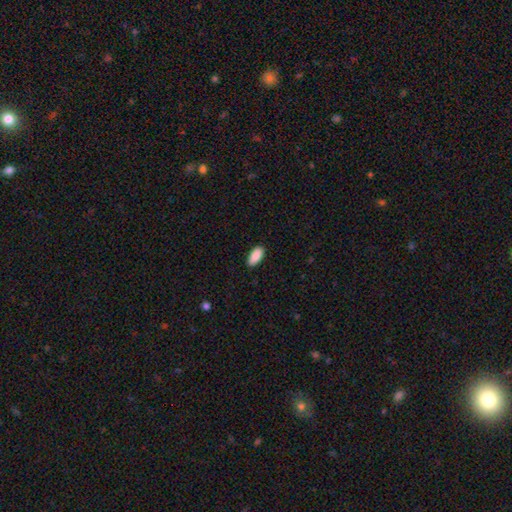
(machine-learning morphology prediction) The model was most divided on "how rounded": in between: 88%, cigar-shaped: 10%, round: 2%. More confident: smooth or featured — smooth (90%); merging — none (89%).